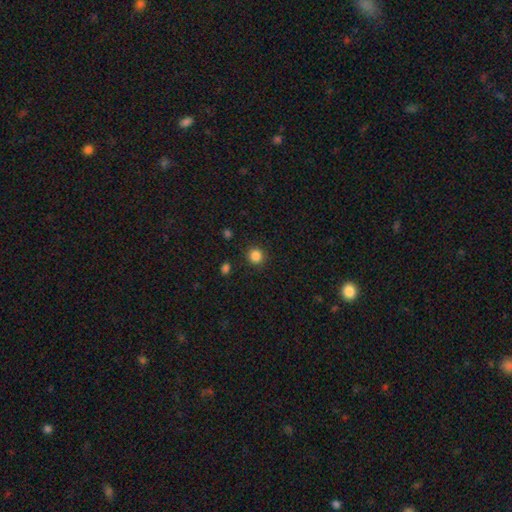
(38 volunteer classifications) Smooth or featured? 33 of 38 (87%) said smooth. How rounded? 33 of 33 (100%) said round. Merging? 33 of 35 (94%) said none.